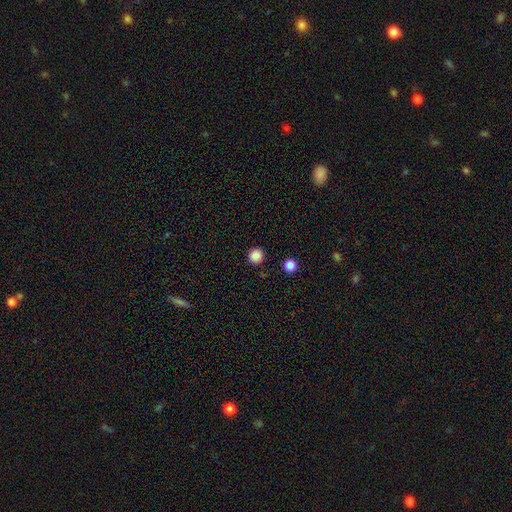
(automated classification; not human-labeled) smooth_or_featured: smooth (p=0.86) [alt: star or artifact p=0.11]
how_rounded: round (p=0.95) [alt: in between p=0.04]
merging: none (p=0.92) [alt: minor disturbance p=0.05]